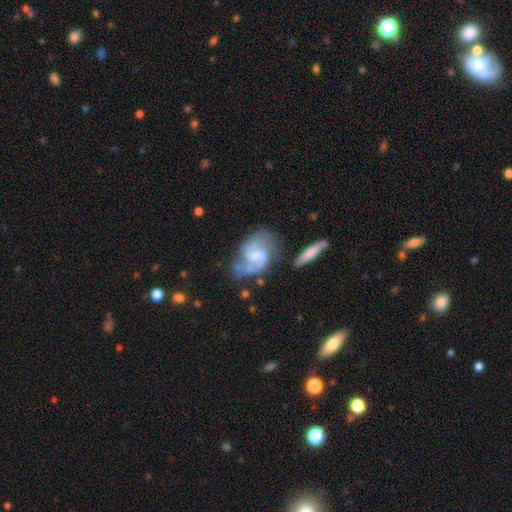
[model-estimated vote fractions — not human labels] smooth_or_featured: featured or disk (p=0.79) [alt: smooth p=0.15]
disk_edge_on: no (p=0.97) [alt: yes p=0.03]
bar: weak (p=0.48) [alt: no p=0.43]
has_spiral_arms: yes (p=0.94) [alt: no p=0.06]
spiral_winding: medium (p=0.52) [alt: loose p=0.29]
spiral_arm_count: 2 (p=0.83) [alt: can't tell p=0.08]
bulge_size: small (p=0.45) [alt: moderate p=0.34]
merging: none (p=0.55) [alt: minor disturbance p=0.23]